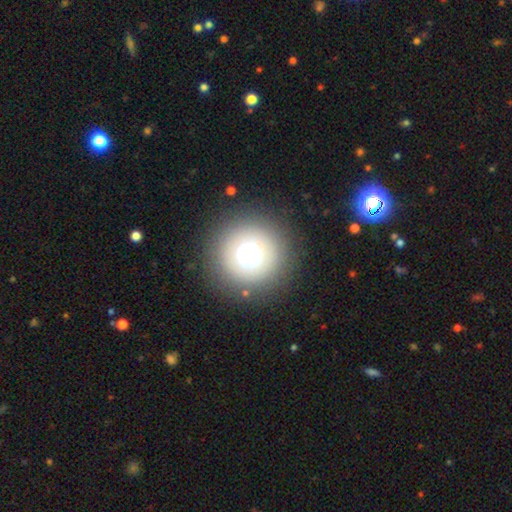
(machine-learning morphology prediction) Smooth or featured? smooth (63%)
How rounded? round (96%)
Merging? none (84%)